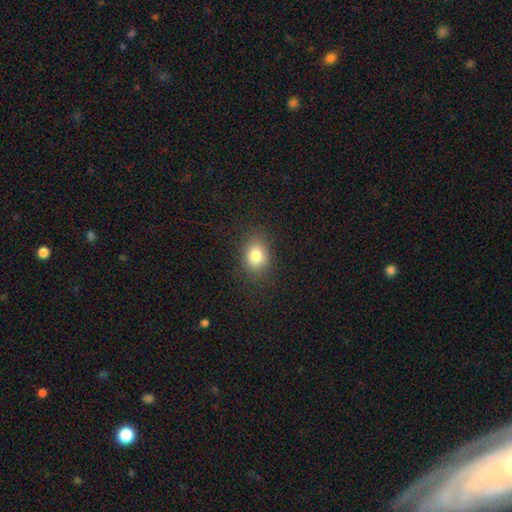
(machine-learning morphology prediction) A smooth galaxy with no disk features (81%) that is in between round and cigar-shaped (51%). Merging: none (85%).